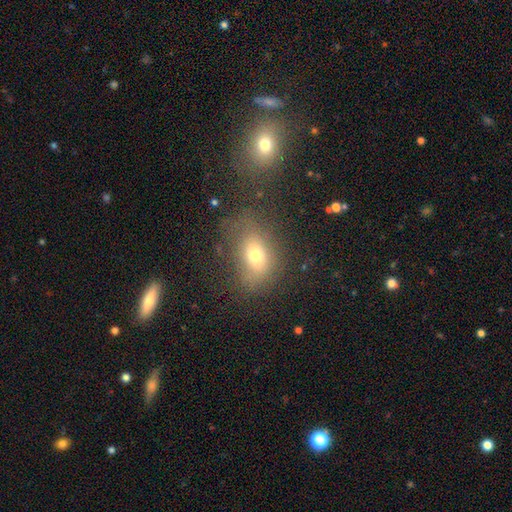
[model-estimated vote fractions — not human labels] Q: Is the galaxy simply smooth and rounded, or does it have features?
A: smooth — 68%.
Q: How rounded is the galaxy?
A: in between — 73%.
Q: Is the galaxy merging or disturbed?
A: none — 59%.